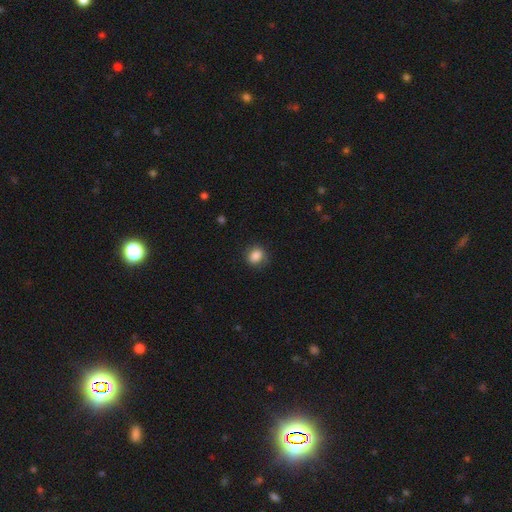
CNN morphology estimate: Q: Smooth or featured?
A: smooth (86%); runner-up: star or artifact (9%)
Q: How rounded?
A: round (62%); runner-up: in between (37%)
Q: Merging?
A: none (82%); runner-up: minor disturbance (13%)